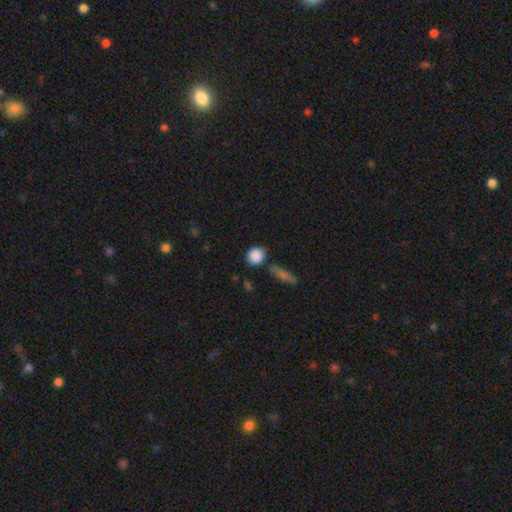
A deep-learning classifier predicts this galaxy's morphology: Smooth or featured? Predicted: smooth (p=0.87). How rounded? Predicted: round (p=0.83). Merging? Predicted: none (p=0.75).